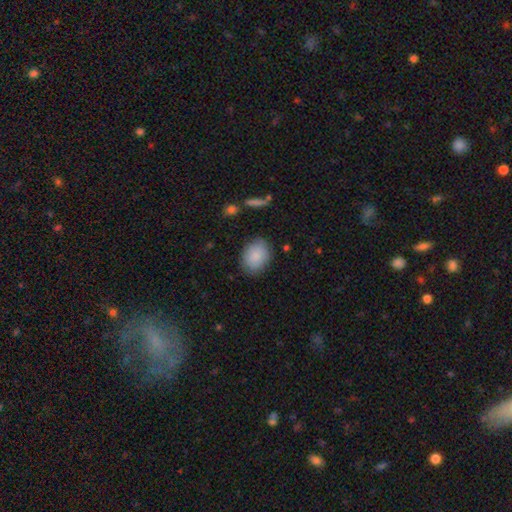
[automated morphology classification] type=smooth (86%); roundness=in between (63%); merging=none (81%).